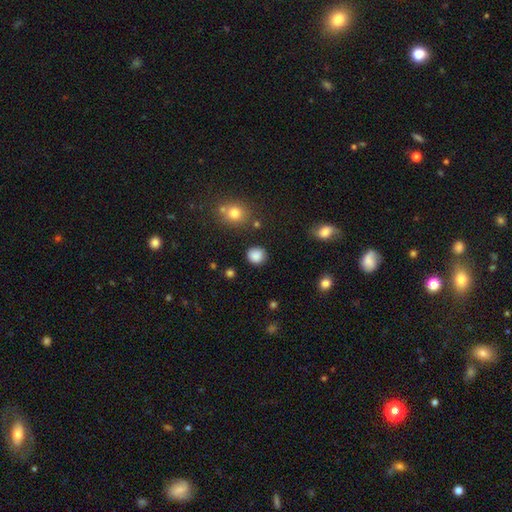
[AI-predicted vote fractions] A smooth galaxy with no disk features (85%) that is round (84%).

Vote fractions:
- Smooth or featured? smooth: 85% / star or artifact: 11% / featured or disk: 4%
- How rounded? round: 84% / in between: 15% / cigar-shaped: 1%
- Merging? none: 83% / minor disturbance: 11% / major disturbance: 3% / merger: 3%